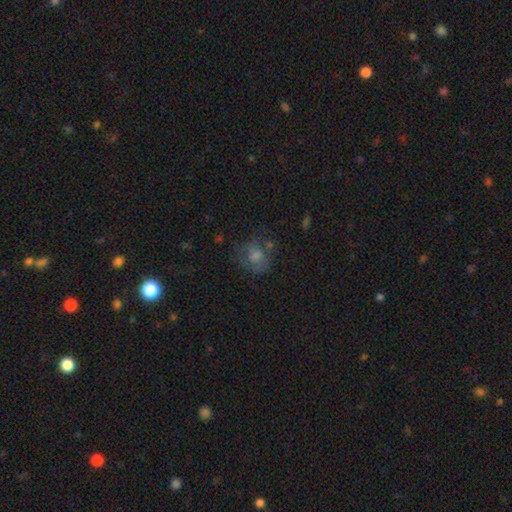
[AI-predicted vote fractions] Smooth or featured? smooth (48%)
Merging? none (59%)